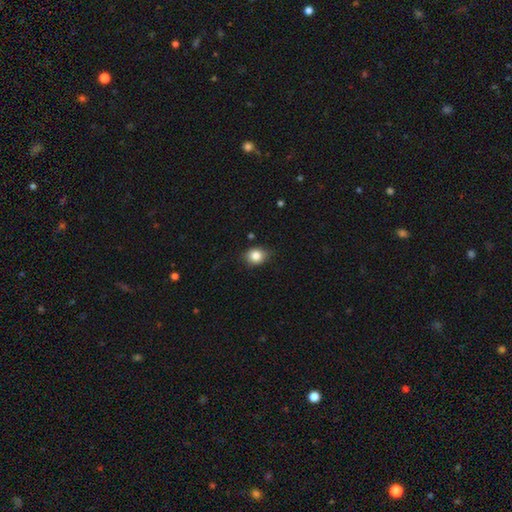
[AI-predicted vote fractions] Smooth or featured? smooth (83%)
How rounded? round (63%)
Merging? none (75%)